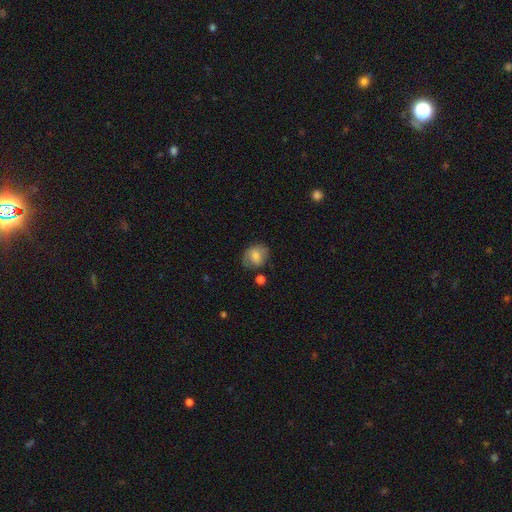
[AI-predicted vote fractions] smooth 70%, featured or disk 21%, star or artifact 9%. Down the decision tree: how rounded — round (57%); merging — none (62%).